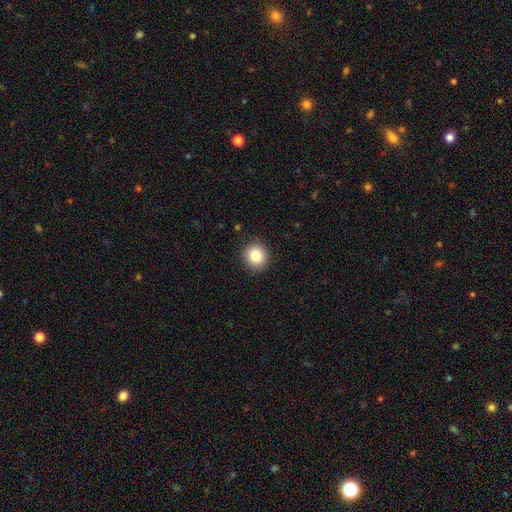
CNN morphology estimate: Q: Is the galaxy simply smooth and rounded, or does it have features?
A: smooth — 83%.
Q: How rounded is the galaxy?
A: round — 92%.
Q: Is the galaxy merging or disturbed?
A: none — 91%.